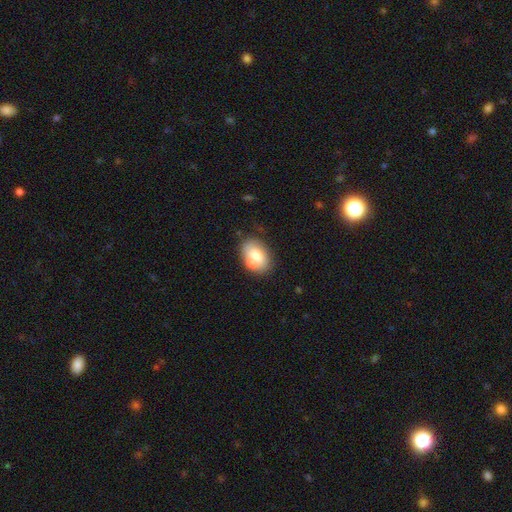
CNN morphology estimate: smooth 69%, featured or disk 24%, star or artifact 7%. Down the decision tree: how rounded — in between (80%); merging — none (53%).